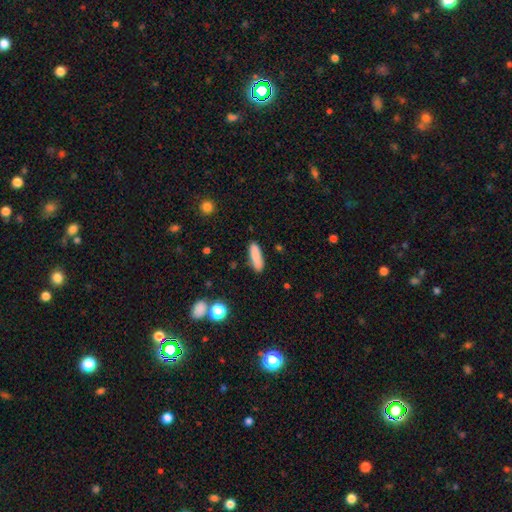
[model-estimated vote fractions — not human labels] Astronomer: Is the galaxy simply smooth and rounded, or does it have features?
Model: smooth — 85%.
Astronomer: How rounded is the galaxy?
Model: cigar-shaped — 64%.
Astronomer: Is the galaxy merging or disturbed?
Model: none — 84%.